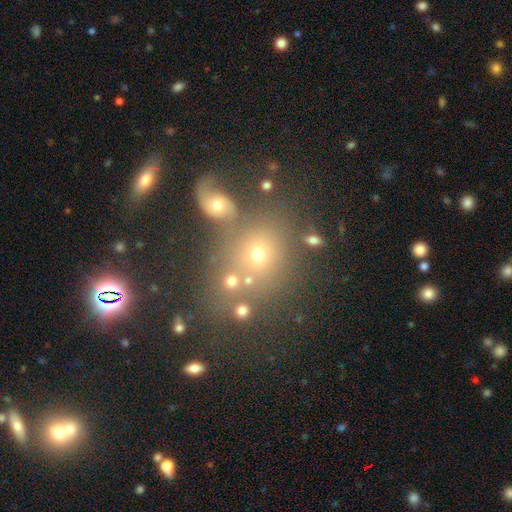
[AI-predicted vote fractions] This is possibly a smooth galaxy (59%). How rounded: likely round (69%). Merging: possibly none (54%).